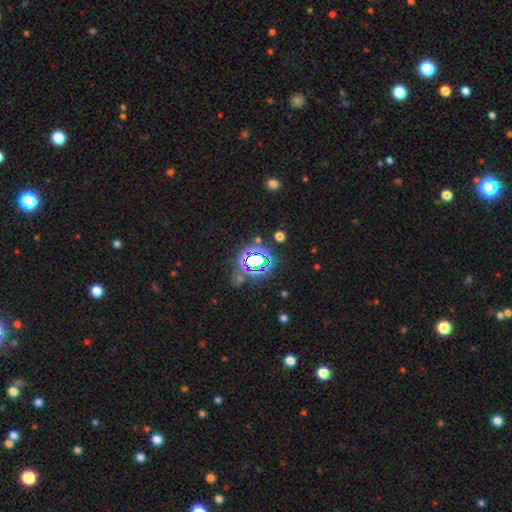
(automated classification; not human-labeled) Overall: star or artifact (77%).